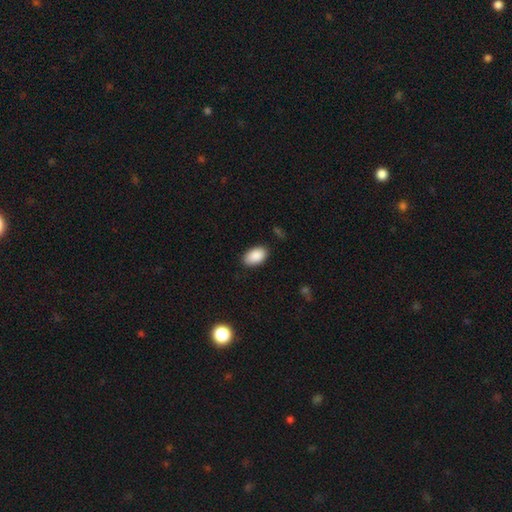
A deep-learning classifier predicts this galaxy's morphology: The model was most divided on "merging": none: 86%, minor disturbance: 10%, major disturbance: 2%, merger: 1%. More confident: how rounded — in between (94%); smooth or featured — smooth (90%).